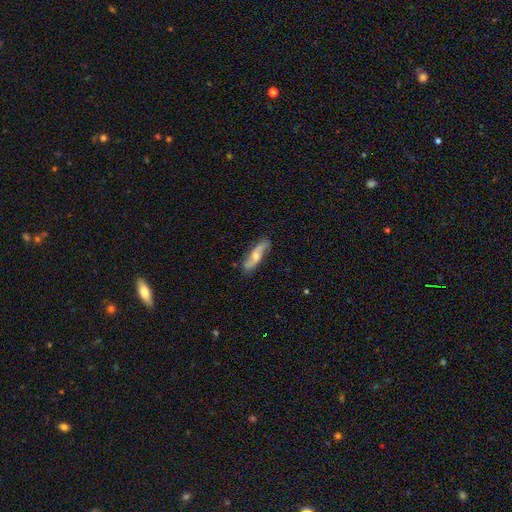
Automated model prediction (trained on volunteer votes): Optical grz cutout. It shows a featured or disk galaxy (57%). Merging: none (77%).